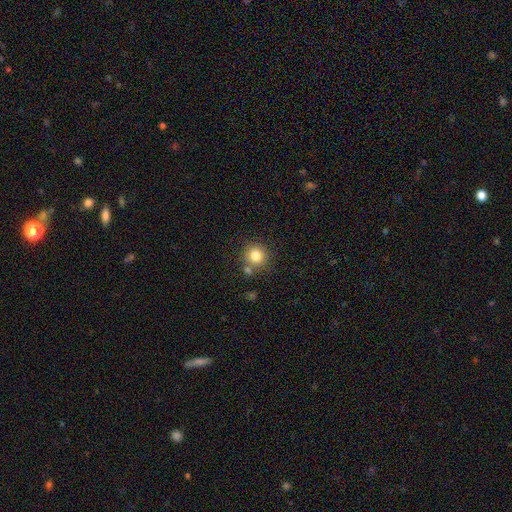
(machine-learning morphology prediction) smooth 81%, star or artifact 11%, featured or disk 8%. Down the decision tree: how rounded — round (90%); merging — none (72%).